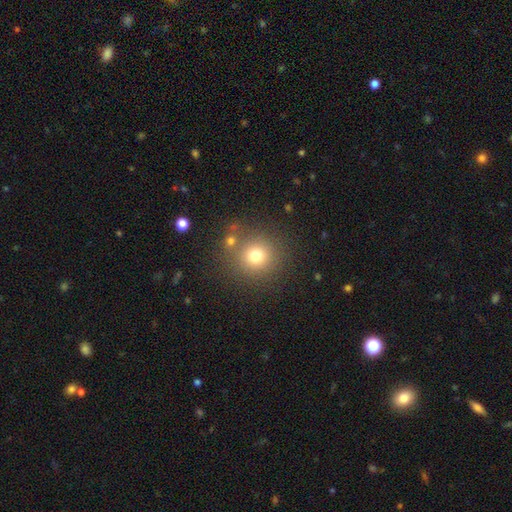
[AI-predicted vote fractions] Q: Smooth or featured?
A: smooth (74%); runner-up: star or artifact (16%)
Q: How rounded?
A: round (92%); runner-up: in between (7%)
Q: Merging?
A: none (77%); runner-up: minor disturbance (9%)